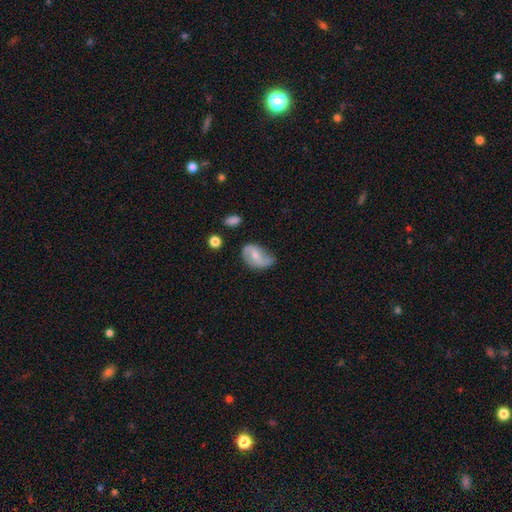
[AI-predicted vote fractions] featured or disk 66%, smooth 27%, star or artifact 7%. Down the decision tree: edge-on disk — no (96%); bar — weak (42%); spiral arms — yes (86%); spiral arm count — 2 (81%); spiral winding — loose (60%); bulge size — small (51%); merging — none (52%).